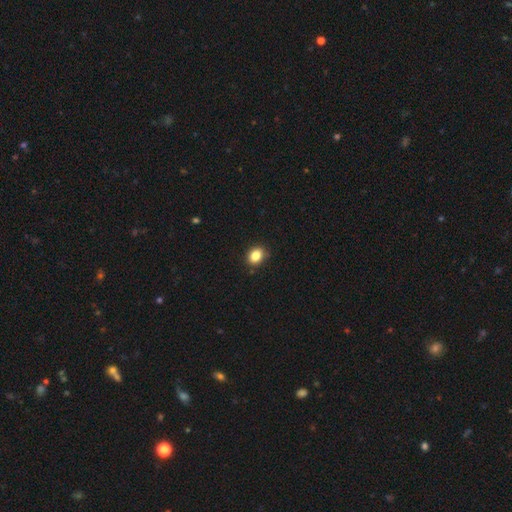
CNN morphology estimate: A smooth galaxy with no disk features (86%) that is in between round and cigar-shaped (57%). Merging: none (86%).